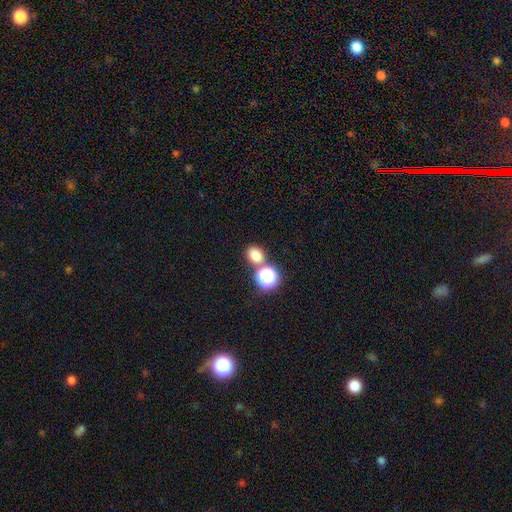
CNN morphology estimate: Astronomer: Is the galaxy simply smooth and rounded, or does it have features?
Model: smooth — 76%.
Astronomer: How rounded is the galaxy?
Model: round — 51% (runner-up: in between, 48%).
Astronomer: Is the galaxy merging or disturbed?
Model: none — 64%.